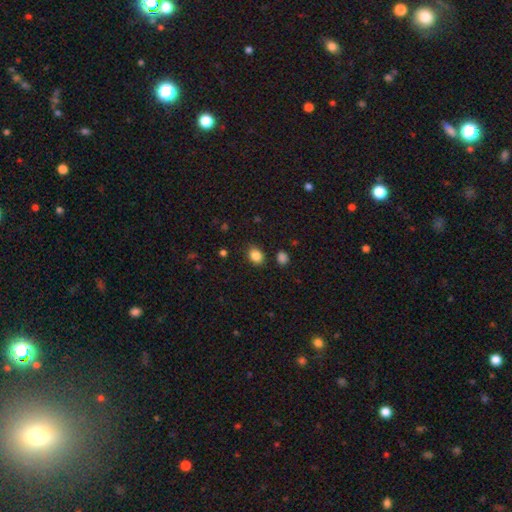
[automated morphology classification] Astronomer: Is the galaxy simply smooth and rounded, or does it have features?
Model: smooth — 86%.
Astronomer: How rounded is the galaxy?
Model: in between — 59% (runner-up: round, 40%).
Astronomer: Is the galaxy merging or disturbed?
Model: none — 84%.